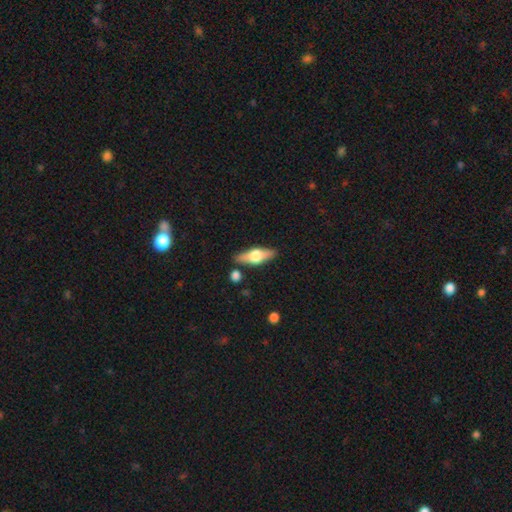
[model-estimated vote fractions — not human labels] Smooth or featured?
  - featured or disk: 52% *
  - smooth: 42%
  - star or artifact: 6%
Edge-on disk?
  - yes: 90% *
  - no: 10%
Merging?
  - none: 83% *
  - minor disturbance: 10%
  - merger: 4%
  - major disturbance: 2%